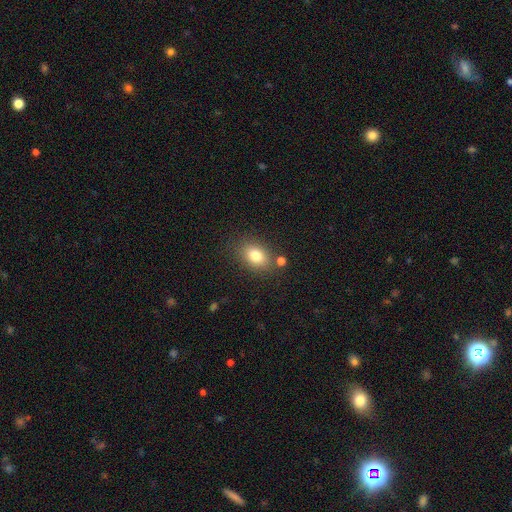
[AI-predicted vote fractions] The model was most divided on "how rounded": in between: 77%, round: 22%, cigar-shaped: 2%. More confident: smooth or featured — smooth (81%); merging — none (76%).